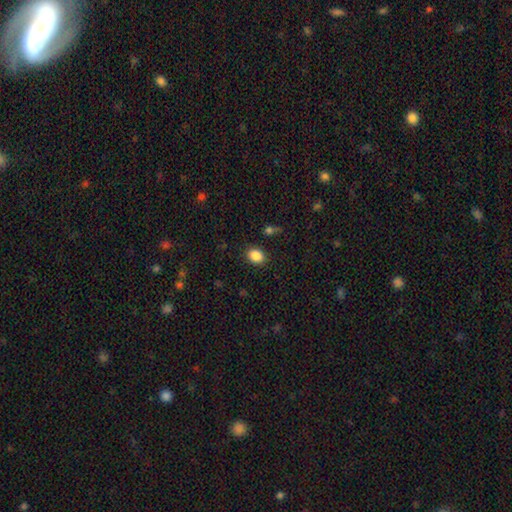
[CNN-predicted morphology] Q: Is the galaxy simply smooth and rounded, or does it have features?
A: smooth — 87%.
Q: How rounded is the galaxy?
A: in between — 66%.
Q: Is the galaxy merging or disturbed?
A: none — 87%.